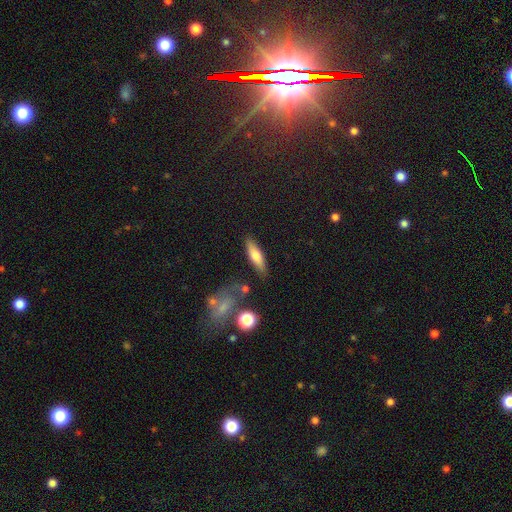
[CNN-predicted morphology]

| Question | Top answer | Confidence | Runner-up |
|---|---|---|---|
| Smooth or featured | smooth | 67% | featured or disk (26%) |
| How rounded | cigar-shaped | 59% | in between (39%) |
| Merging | none | 79% | minor disturbance (13%) |